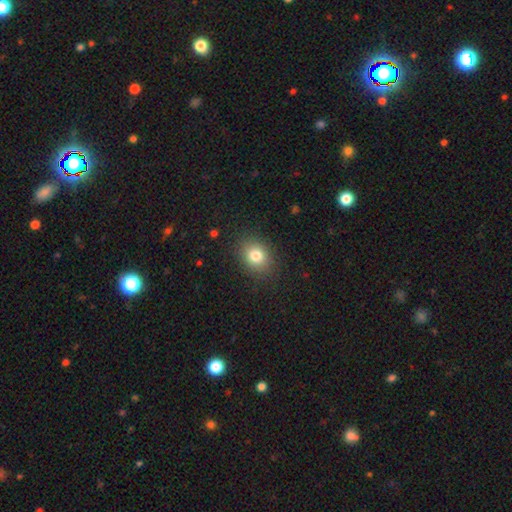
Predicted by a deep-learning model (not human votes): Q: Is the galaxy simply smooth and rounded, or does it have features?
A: smooth — 80%.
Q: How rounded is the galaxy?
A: round — 54%.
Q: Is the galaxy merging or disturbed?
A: none — 87%.